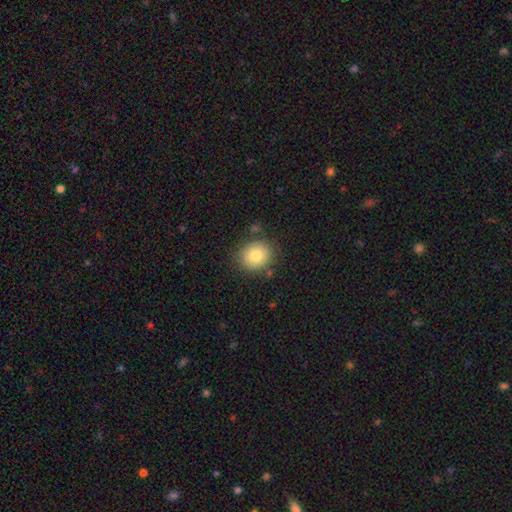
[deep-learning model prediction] This is likely a smooth galaxy (80%). How rounded: likely round (78%). Merging: clearly none (82%).